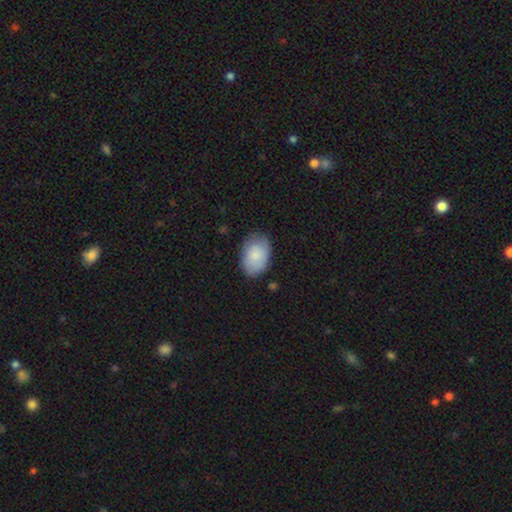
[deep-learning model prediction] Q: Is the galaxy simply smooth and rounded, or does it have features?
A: smooth — 80%.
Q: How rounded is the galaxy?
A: in between — 86%.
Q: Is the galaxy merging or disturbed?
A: none — 77%.